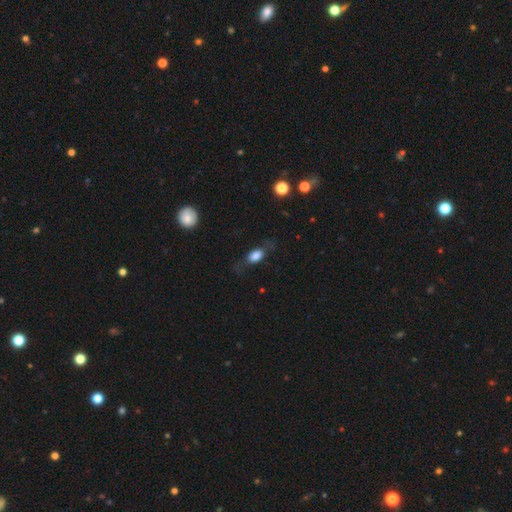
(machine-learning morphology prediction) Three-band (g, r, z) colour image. It shows a smooth galaxy with no disk features (68%) that is in between round and cigar-shaped (76%). Merging: none (65%).